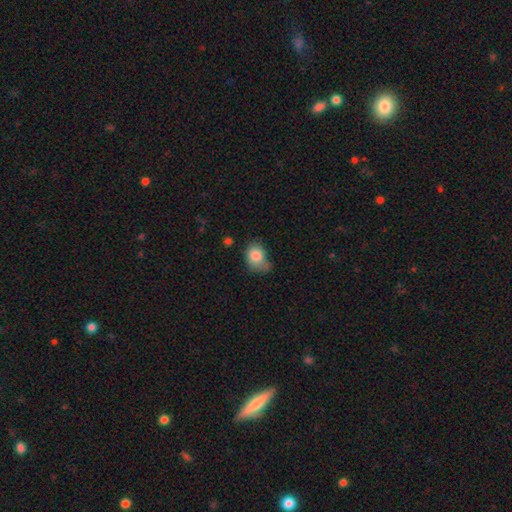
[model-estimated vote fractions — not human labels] smooth_or_featured: smooth (p=0.84) [alt: star or artifact p=0.09]
how_rounded: in between (p=0.59) [alt: round p=0.40]
merging: none (p=0.44) [alt: minor disturbance p=0.36]